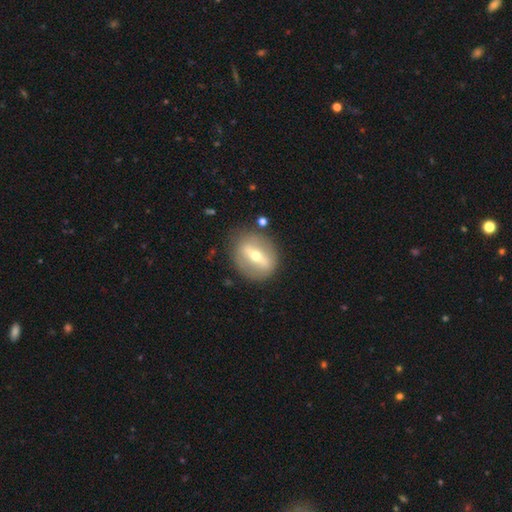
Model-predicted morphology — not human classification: Smooth or featured? Predicted: featured or disk (p=0.65). Edge-on disk? Predicted: no (p=0.70). Merging? Predicted: none (p=0.83).